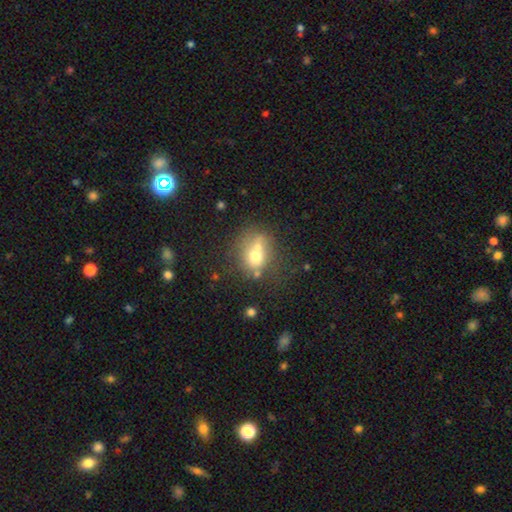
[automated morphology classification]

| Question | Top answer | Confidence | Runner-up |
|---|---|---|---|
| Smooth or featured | smooth | 64% | featured or disk (22%) |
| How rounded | round | 61% | in between (38%) |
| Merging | none | 41% | merger (36%) |